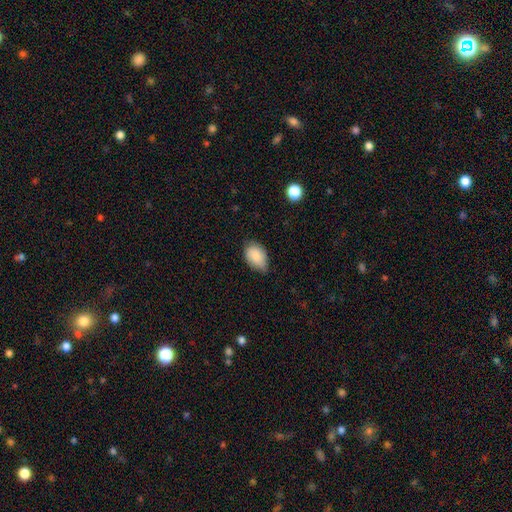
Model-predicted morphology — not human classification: Smooth or featured? Predicted: smooth (p=0.85). How rounded? Predicted: in between (p=0.87). Merging? Predicted: none (p=0.61).